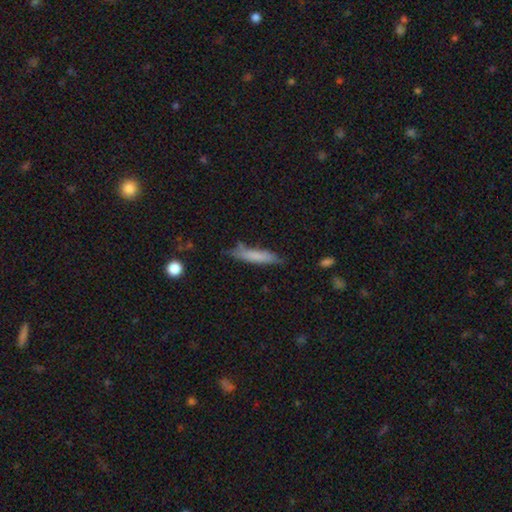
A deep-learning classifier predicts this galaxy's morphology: Smooth or featured?
  - smooth: 75% *
  - featured or disk: 19%
  - star or artifact: 7%
How rounded?
  - cigar-shaped: 85% *
  - in between: 14%
  - round: 2%
Merging?
  - none: 70% *
  - minor disturbance: 22%
  - major disturbance: 5%
  - merger: 4%